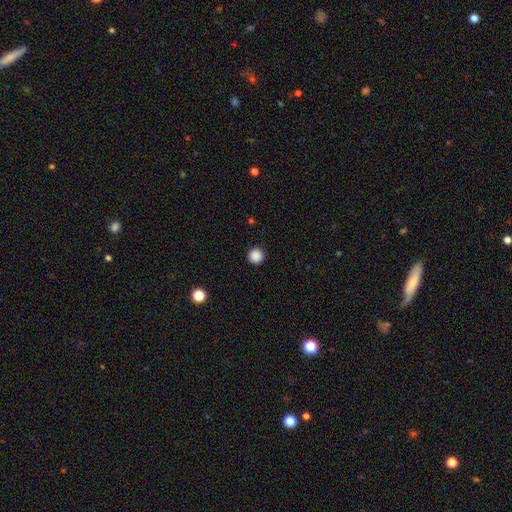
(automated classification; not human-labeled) A smooth galaxy with no disk features (88%) that is round (96%). Merging: none (93%).